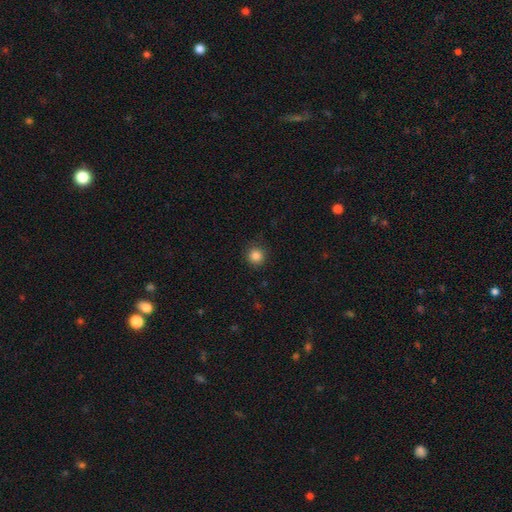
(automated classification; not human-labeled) This appears to be a smooth galaxy with no disk features (85%) that is round (94%). Merging: none (90%).